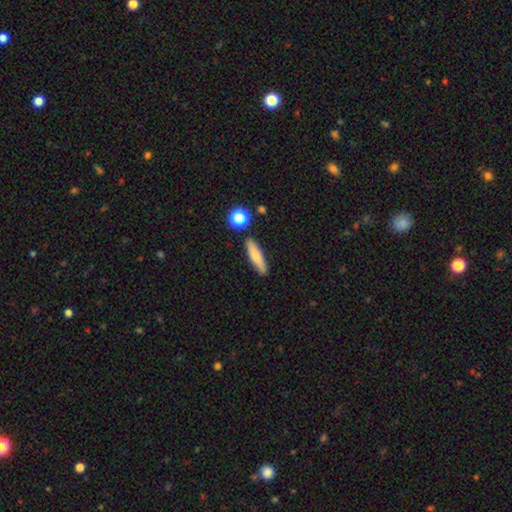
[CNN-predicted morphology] type=smooth (73%); roundness=cigar-shaped (77%); merging=none (85%).